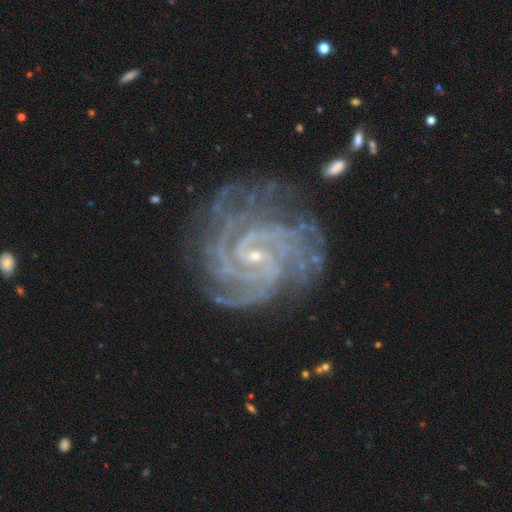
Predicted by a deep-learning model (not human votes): Smooth or featured: featured or disk — 92% (star or artifact — 5%)
Edge-on disk: no — 98% (yes — 2%)
Bar: weak — 44% (no — 37%)
Spiral arms: yes — 99% (no — 1%)
Spiral winding: tight — 75% (medium — 23%)
Spiral arm count: 4 — 27% (3 — 18%)
Bulge size: small — 85% (moderate — 10%)
Merging: none — 71% (minor disturbance — 18%)